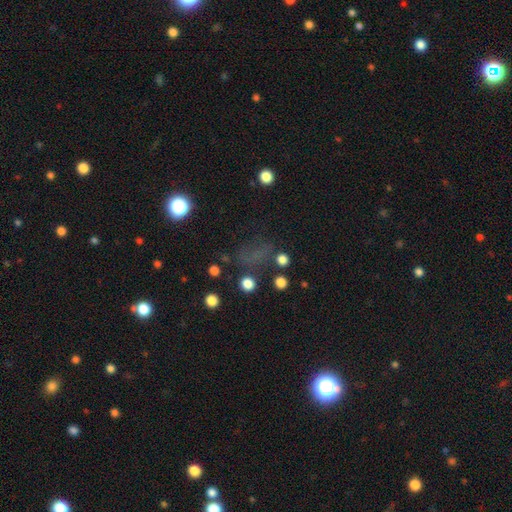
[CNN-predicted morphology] This is marginally a smooth galaxy (42%, tied with star or artifact). Merging: possibly none (59%).